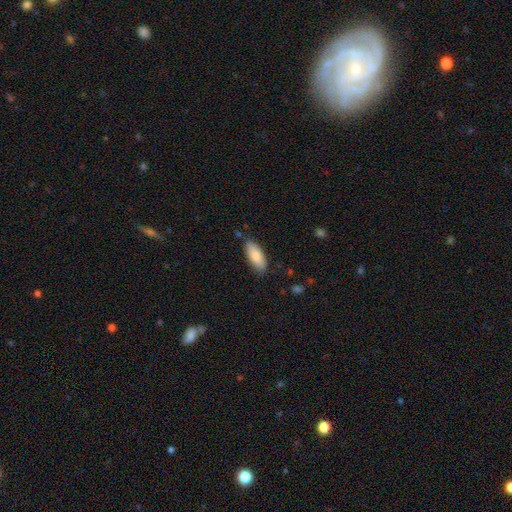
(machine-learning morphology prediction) smooth 82%, featured or disk 12%, star or artifact 6%. Down the decision tree: how rounded — in between (77%); merging — none (81%).